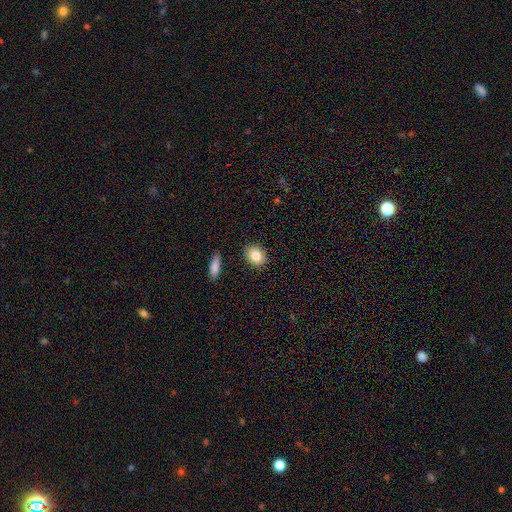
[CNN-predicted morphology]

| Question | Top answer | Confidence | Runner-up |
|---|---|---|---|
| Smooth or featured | smooth | 83% | featured or disk (9%) |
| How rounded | in between | 53% | round (45%) |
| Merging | none | 87% | minor disturbance (9%) |